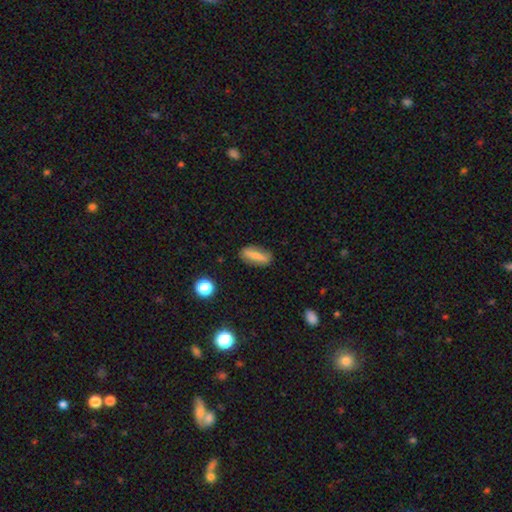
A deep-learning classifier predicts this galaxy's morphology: Q: Smooth or featured?
A: smooth (64%); runner-up: featured or disk (27%)
Q: How rounded?
A: in between (57%); runner-up: cigar-shaped (38%)
Q: Merging?
A: none (84%); runner-up: minor disturbance (12%)